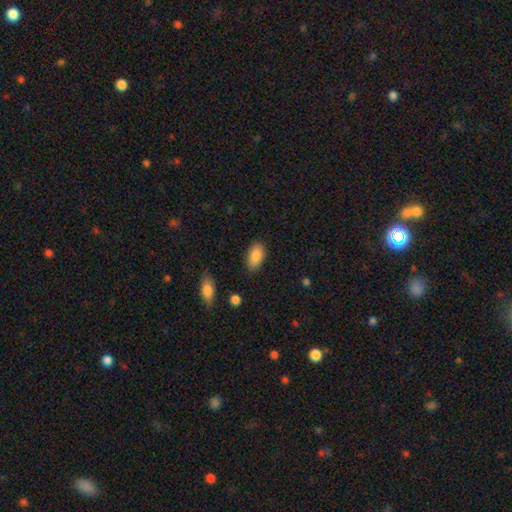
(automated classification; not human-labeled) Smooth or featured?
  - smooth: 86% *
  - featured or disk: 7%
  - star or artifact: 7%
How rounded?
  - in between: 91% *
  - cigar-shaped: 5%
  - round: 4%
Merging?
  - none: 82% *
  - minor disturbance: 14%
  - major disturbance: 3%
  - merger: 2%